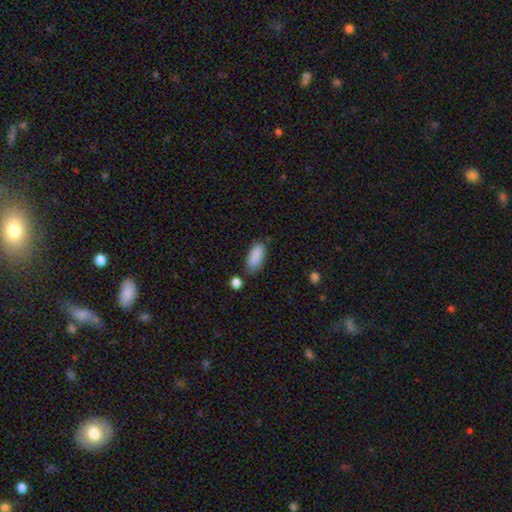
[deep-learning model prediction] A smooth galaxy with no disk features (88%) that is in between round and cigar-shaped (90%).

Vote fractions:
- Smooth or featured? smooth: 88% / star or artifact: 7% / featured or disk: 5%
- How rounded? in between: 90% / cigar-shaped: 8% / round: 2%
- Merging? none: 72% / minor disturbance: 18% / merger: 6% / major disturbance: 4%